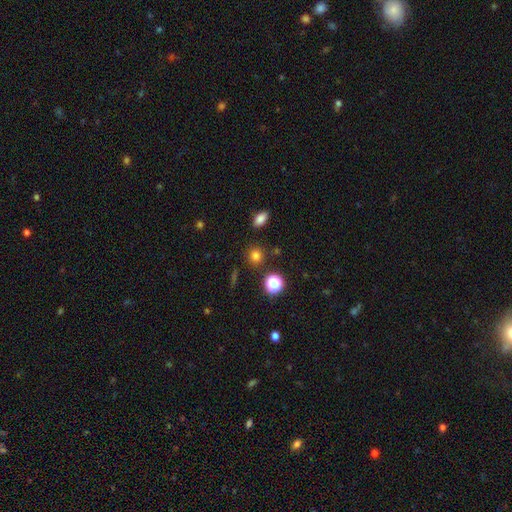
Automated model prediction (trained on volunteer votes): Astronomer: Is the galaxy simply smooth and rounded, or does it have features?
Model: smooth — 77%.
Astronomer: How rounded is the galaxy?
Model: round — 88%.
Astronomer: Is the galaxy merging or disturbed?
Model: none — 86%.